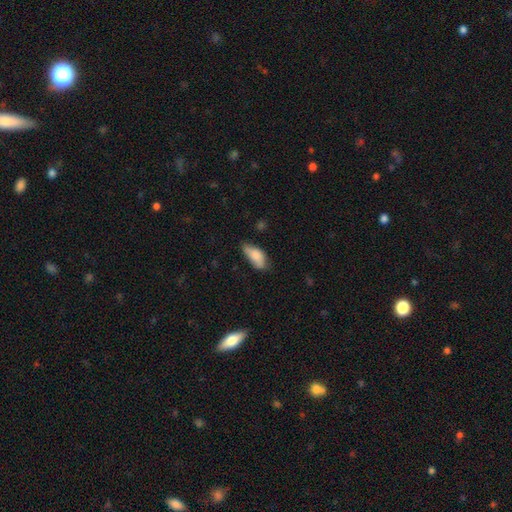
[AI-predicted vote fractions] This appears to be a smooth galaxy with no disk features (82%) that is in between round and cigar-shaped (86%). Merging: none (51%).